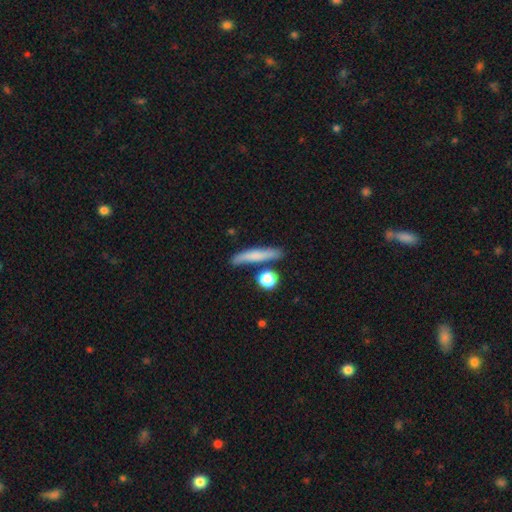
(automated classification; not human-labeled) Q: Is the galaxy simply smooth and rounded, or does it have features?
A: smooth — 67%.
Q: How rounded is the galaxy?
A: cigar-shaped — 82%.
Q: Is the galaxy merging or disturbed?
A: none — 74%.